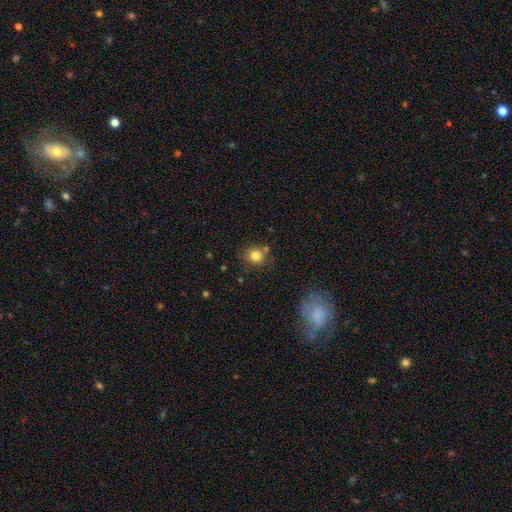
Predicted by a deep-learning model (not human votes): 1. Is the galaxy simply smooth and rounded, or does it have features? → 81% smooth, 11% star or artifact, 7% featured or disk.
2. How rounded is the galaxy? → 80% round, 19% in between, 1% cigar-shaped.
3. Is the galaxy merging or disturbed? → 74% none, 14% minor disturbance, 8% merger, 4% major disturbance.